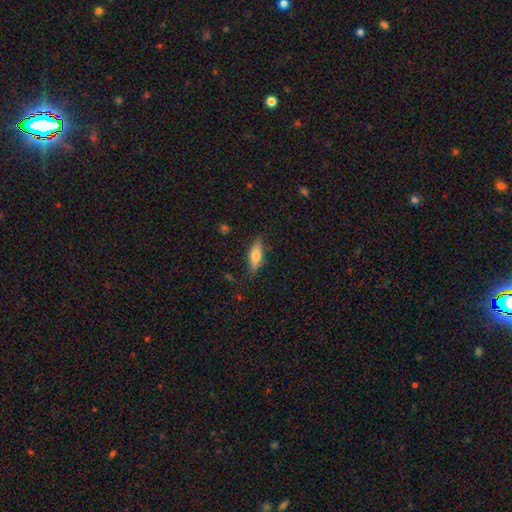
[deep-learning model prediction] Morphology: type=smooth (66%); roundness=in between (55%); merging=none (82%).